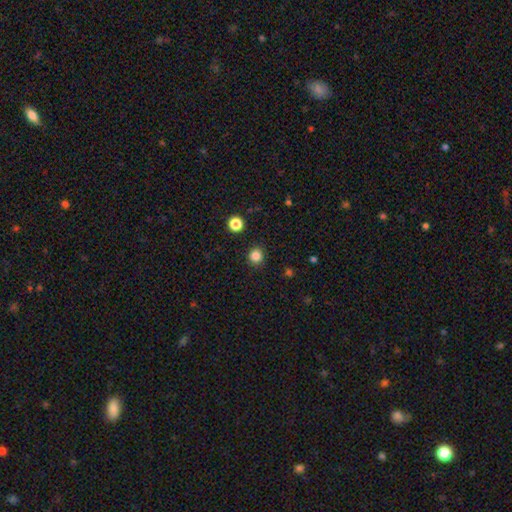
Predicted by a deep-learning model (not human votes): Smooth or featured: smooth — 84% (star or artifact — 13%)
How rounded: round — 92% (in between — 7%)
Merging: none — 91% (minor disturbance — 5%)